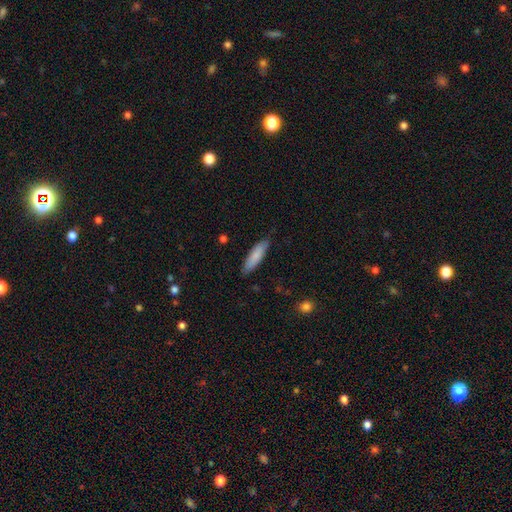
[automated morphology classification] type=smooth (83%); roundness=cigar-shaped (66%); merging=none (83%).